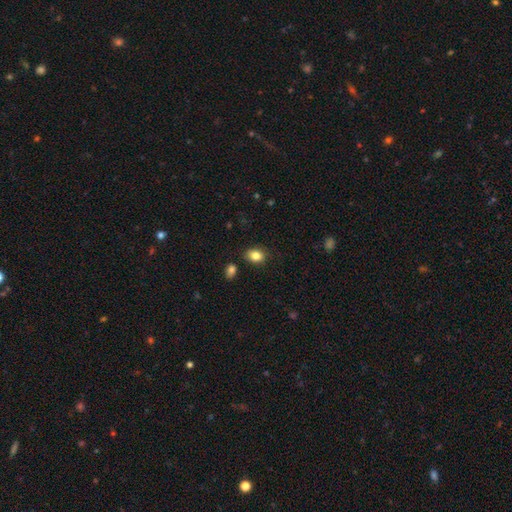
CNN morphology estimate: Smooth or featured? Predicted: smooth (p=0.84). How rounded? Predicted: in between (p=0.69). Merging? Predicted: none (p=0.84).